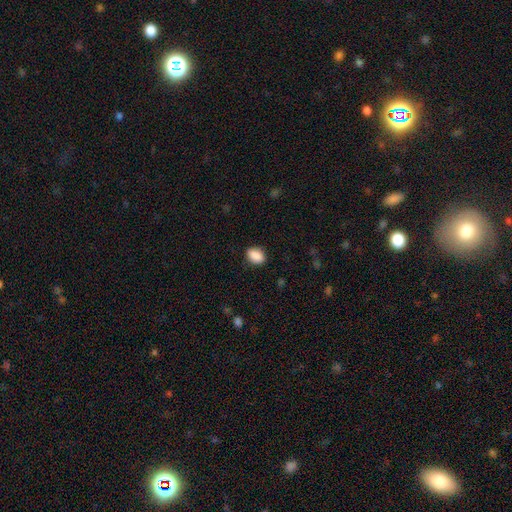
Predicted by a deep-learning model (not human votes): smooth_or_featured: smooth (p=0.90) [alt: star or artifact p=0.07]
how_rounded: in between (p=0.77) [alt: round p=0.22]
merging: none (p=0.86) [alt: minor disturbance p=0.10]